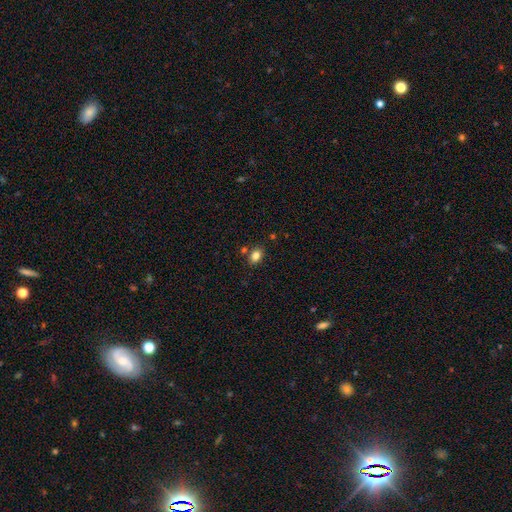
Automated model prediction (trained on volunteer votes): This is clearly a smooth galaxy (83%). How rounded: likely in between (73%). Merging: likely none (78%).